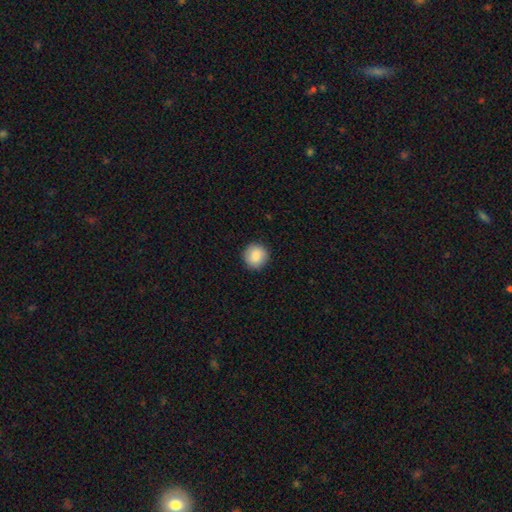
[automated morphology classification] Q: Smooth or featured?
A: smooth (88%); runner-up: star or artifact (7%)
Q: How rounded?
A: round (93%); runner-up: in between (6%)
Q: Merging?
A: none (91%); runner-up: minor disturbance (6%)